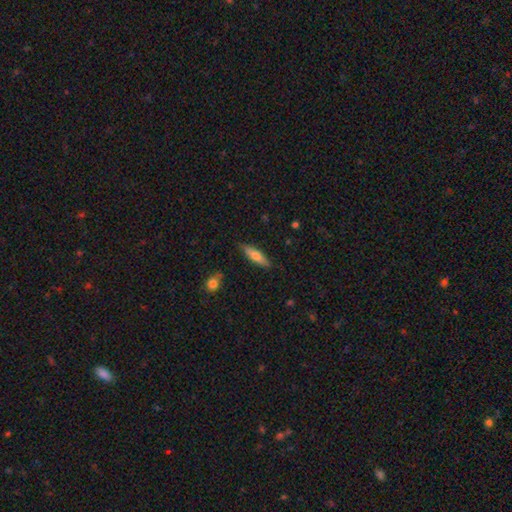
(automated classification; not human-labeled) Smooth or featured? smooth (66%)
How rounded? cigar-shaped (69%)
Merging? none (86%)